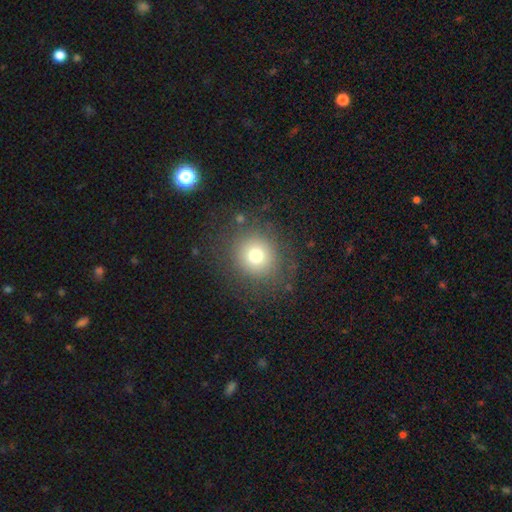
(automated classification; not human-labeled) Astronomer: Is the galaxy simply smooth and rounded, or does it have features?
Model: smooth — 73%.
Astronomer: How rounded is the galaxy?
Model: round — 88%.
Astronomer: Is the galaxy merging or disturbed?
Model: none — 82%.